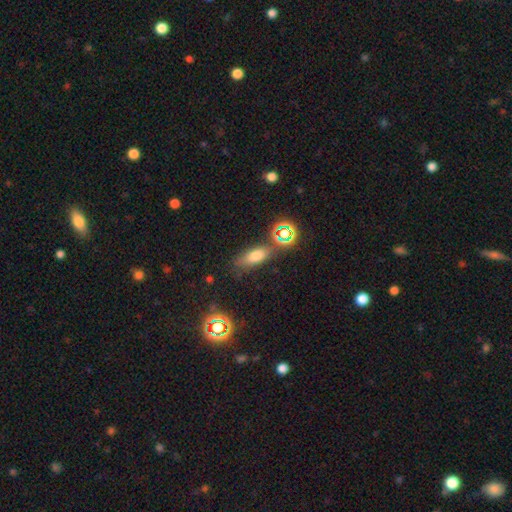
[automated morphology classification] Smooth or featured? smooth (66%)
How rounded? in between (68%)
Merging? none (72%)